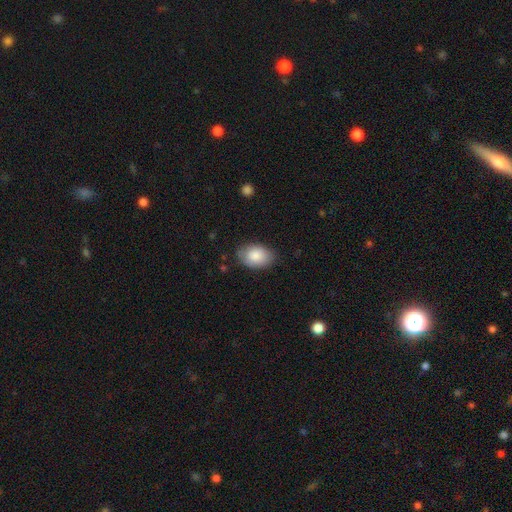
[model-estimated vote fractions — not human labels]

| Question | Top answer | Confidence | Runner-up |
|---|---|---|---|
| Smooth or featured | smooth | 85% | featured or disk (8%) |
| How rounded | in between | 86% | round (13%) |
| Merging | none | 78% | minor disturbance (17%) |